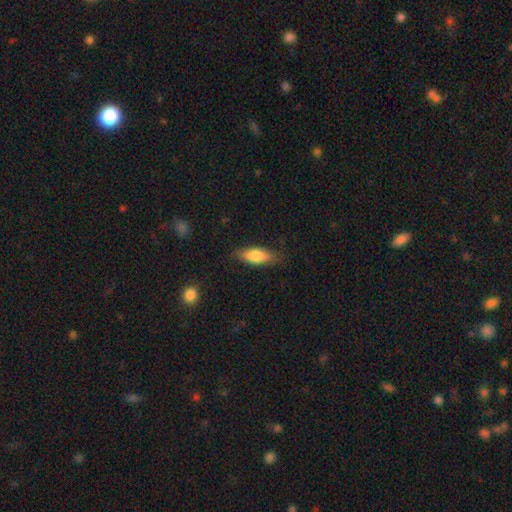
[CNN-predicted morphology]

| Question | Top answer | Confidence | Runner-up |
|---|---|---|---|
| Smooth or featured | smooth | 75% | featured or disk (18%) |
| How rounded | in between | 68% | cigar-shaped (30%) |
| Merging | none | 80% | minor disturbance (16%) |